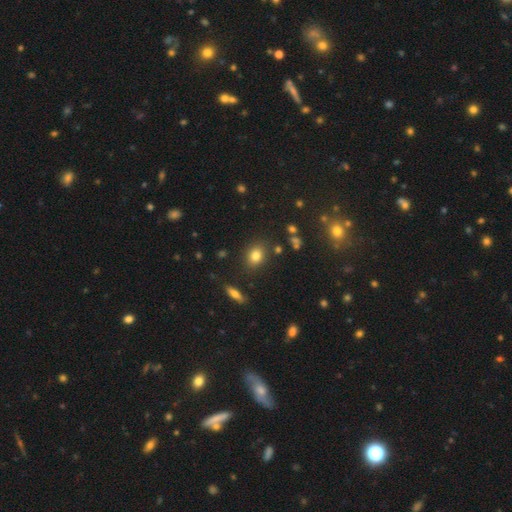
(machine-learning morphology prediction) The model was most divided on "how rounded": in between: 53%, round: 45%, cigar-shaped: 2%. More confident: merging — none (84%); smooth or featured — smooth (80%).